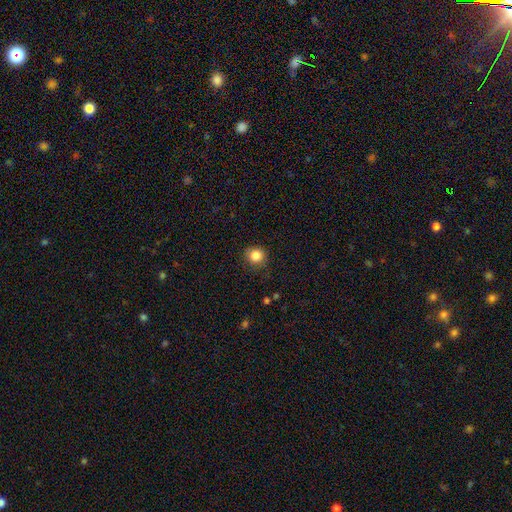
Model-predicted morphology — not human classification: smooth 84%, star or artifact 11%, featured or disk 5%. Down the decision tree: how rounded — round (87%); merging — none (86%).